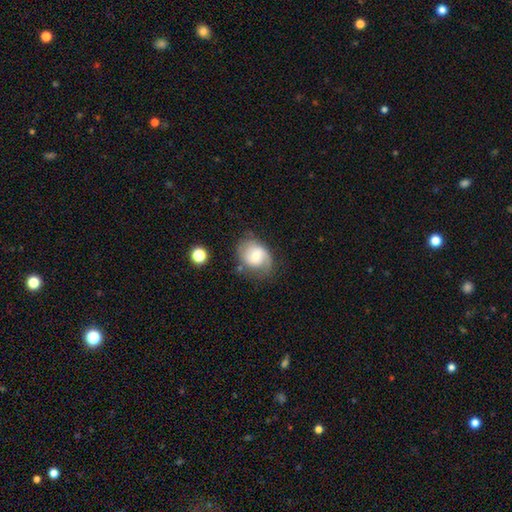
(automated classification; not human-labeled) Smooth or featured? Predicted: featured or disk (p=0.53). Edge-on disk? Predicted: no (p=0.97). Bar? Predicted: no (p=0.47). Spiral arms? Predicted: yes (p=0.83). Bulge size? Predicted: moderate (p=0.52). Merging? Predicted: none (p=0.62).